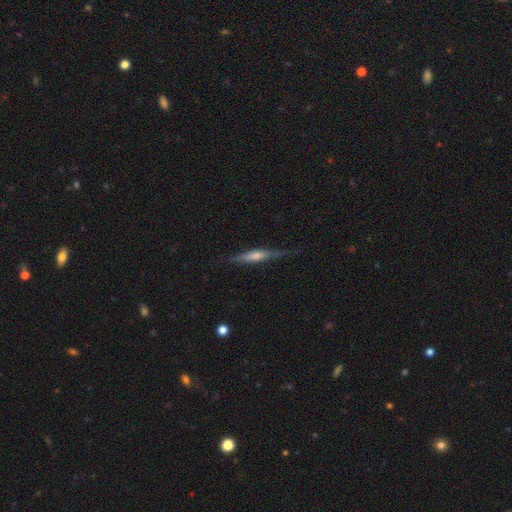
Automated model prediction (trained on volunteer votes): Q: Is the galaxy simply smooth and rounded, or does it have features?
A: featured or disk — 63%.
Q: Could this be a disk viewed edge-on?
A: yes — 95%.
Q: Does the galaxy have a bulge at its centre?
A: rounded — 66%.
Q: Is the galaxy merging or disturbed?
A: none — 78%.